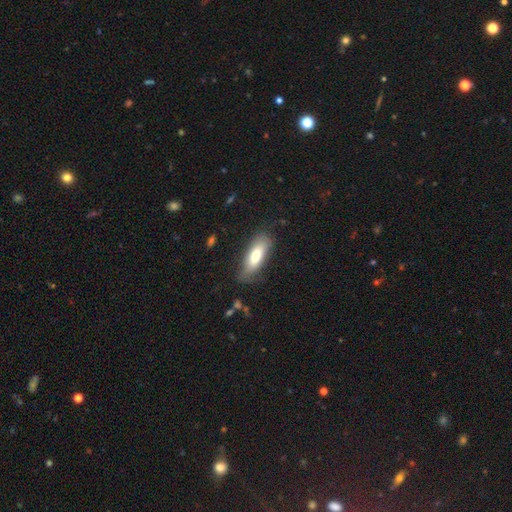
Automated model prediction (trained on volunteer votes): Overall: smooth (71%). How rounded: in between (70%). Merging: none (74%).